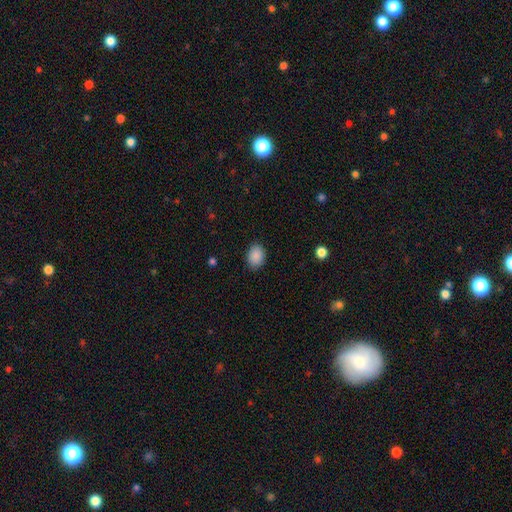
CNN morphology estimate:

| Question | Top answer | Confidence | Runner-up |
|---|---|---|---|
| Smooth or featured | smooth | 89% | star or artifact (8%) |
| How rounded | in between | 71% | round (28%) |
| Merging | none | 87% | minor disturbance (10%) |